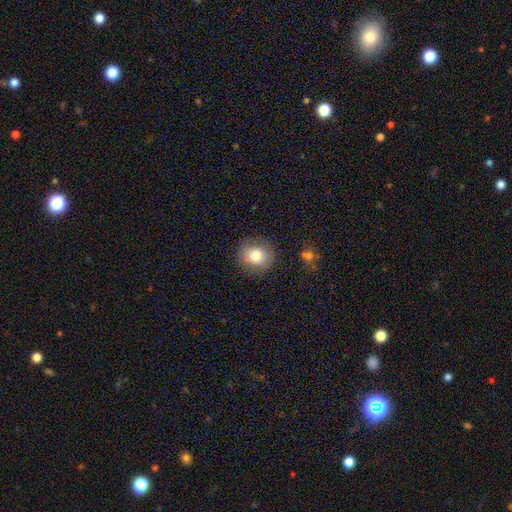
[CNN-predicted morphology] Smooth or featured: smooth — 79% (featured or disk — 12%)
How rounded: round — 82% (in between — 17%)
Merging: none — 84% (minor disturbance — 11%)